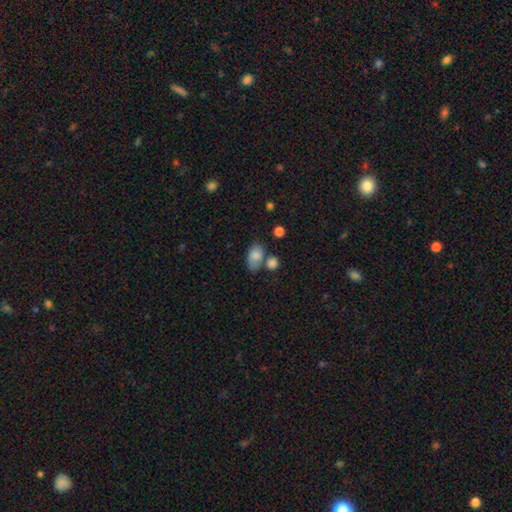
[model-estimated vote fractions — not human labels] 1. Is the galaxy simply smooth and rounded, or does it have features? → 81% smooth, 11% featured or disk, 8% star or artifact.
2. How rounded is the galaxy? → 85% in between, 13% round, 2% cigar-shaped.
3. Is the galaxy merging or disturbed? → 47% none, 26% merger, 20% minor disturbance, 8% major disturbance.